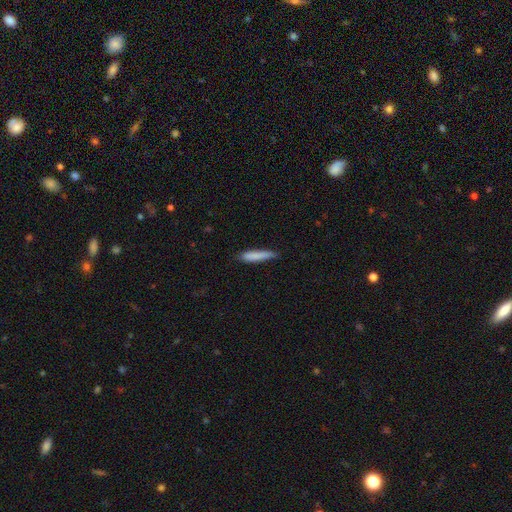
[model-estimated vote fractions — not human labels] Smooth or featured? Predicted: smooth (p=0.83). How rounded? Predicted: cigar-shaped (p=0.88). Merging? Predicted: none (p=0.77).